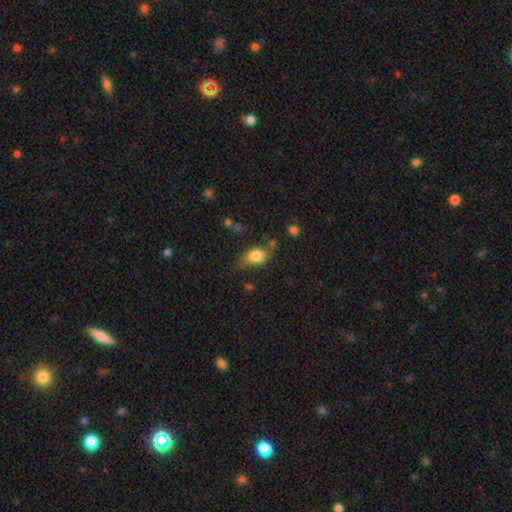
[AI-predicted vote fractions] smooth 80%, featured or disk 10%, star or artifact 9%. Down the decision tree: how rounded — in between (70%); merging — none (44%).